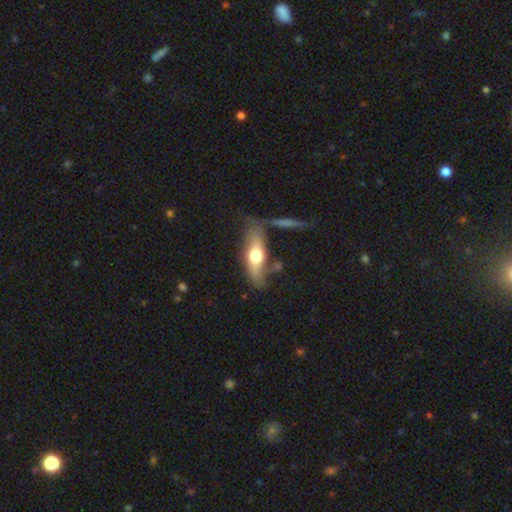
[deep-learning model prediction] Smooth or featured? smooth (48%)
Merging? none (61%)